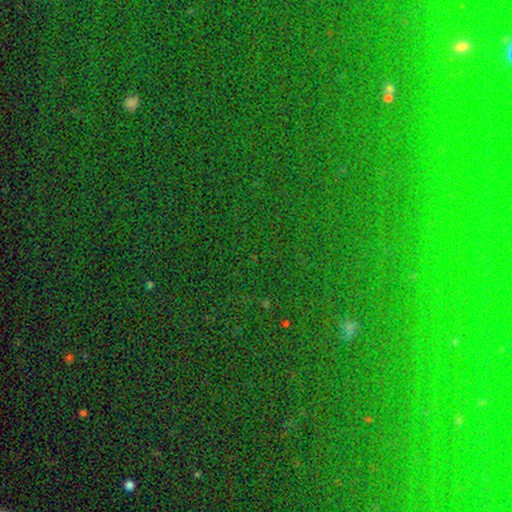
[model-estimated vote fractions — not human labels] A star or artifact, not a galaxy (80%).